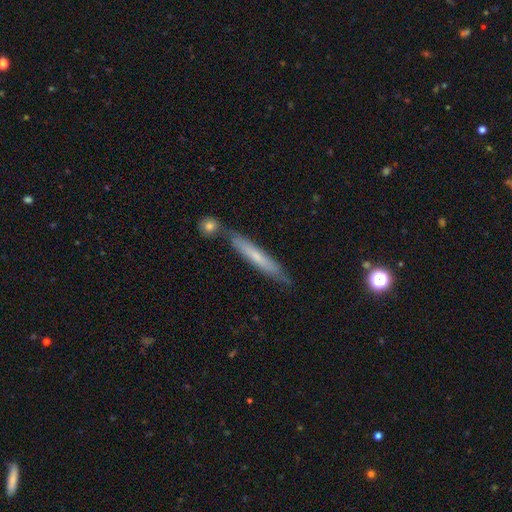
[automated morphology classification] This is possibly a smooth galaxy (50%). How rounded: clearly cigar-shaped (95%). Merging: likely none (74%).